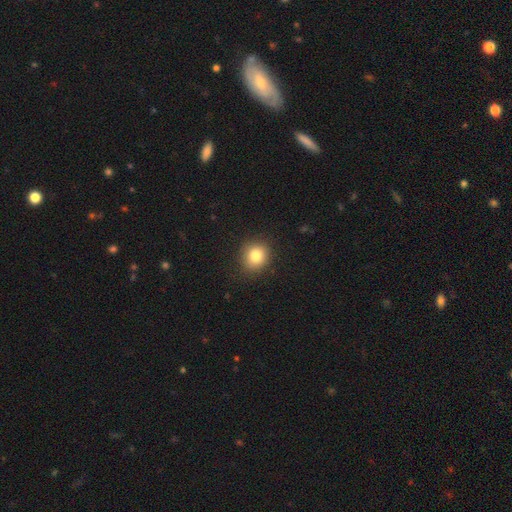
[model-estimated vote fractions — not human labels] A smooth galaxy with no disk features (82%) that is round (78%). Merging: none (88%).